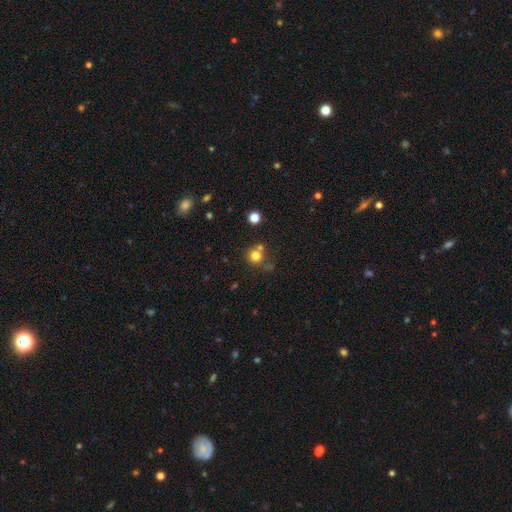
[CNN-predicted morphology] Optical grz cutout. It shows a smooth galaxy with no disk features (77%) that is round (90%). Merging: none (60%).